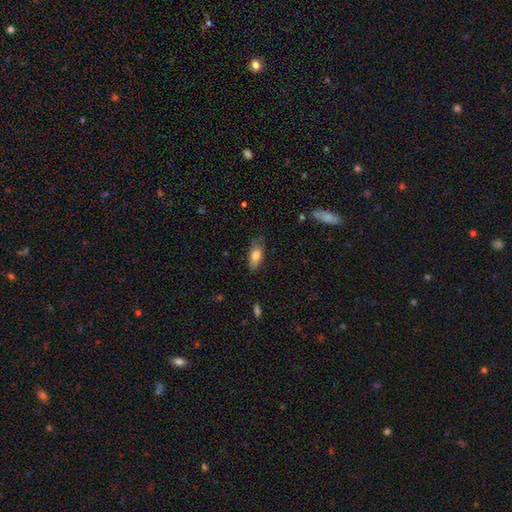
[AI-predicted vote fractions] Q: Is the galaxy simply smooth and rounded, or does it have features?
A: smooth — 78%.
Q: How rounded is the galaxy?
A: in between — 83%.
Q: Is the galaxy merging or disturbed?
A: none — 64%.